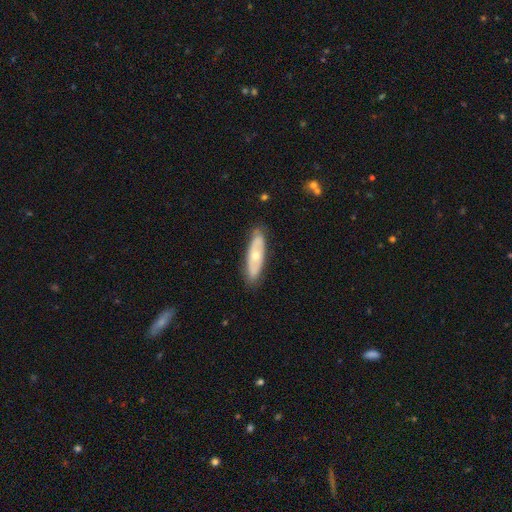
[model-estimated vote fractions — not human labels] Morphology: type=featured or disk (54%); edge-on=no (69%); merging=none (82%).